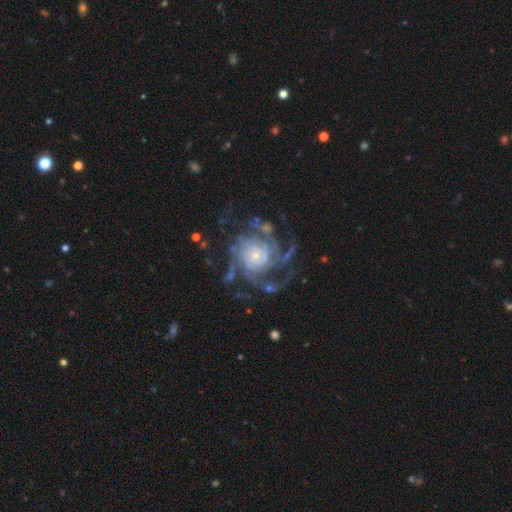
Morphology: type=featured or disk (92%); edge-on=no (100%); bar=no (74%); spiral arms=yes (100%); winding=tight (57%); arm count=4 (74%); bulge=small (60%); merging=none (50%).